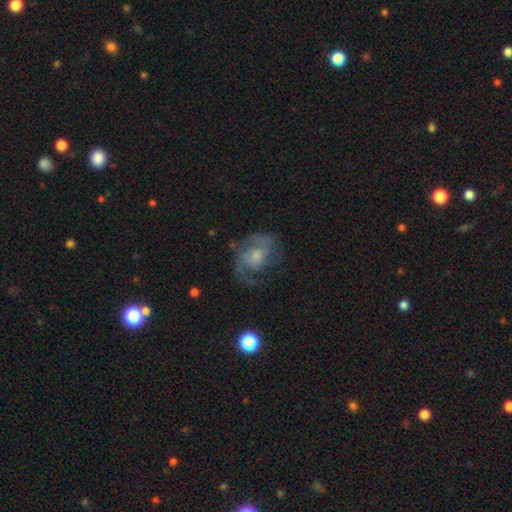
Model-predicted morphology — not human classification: Smooth or featured?
  - featured or disk: 78% *
  - smooth: 15%
  - star or artifact: 7%
Edge-on disk?
  - no: 98% *
  - yes: 2%
Bar?
  - no: 66% *
  - weak: 29%
  - strong: 5%
Spiral arms?
  - yes: 92% *
  - no: 8%
Spiral winding?
  - medium: 51% *
  - tight: 27%
  - loose: 22%
Spiral arm count?
  - 2: 66% *
  - can't tell: 13%
  - 3: 9%
  - 1: 7%
  - 4: 3%
  - more than 4: 2%
Bulge size?
  - small: 46% *
  - moderate: 39%
  - none: 8%
  - large: 6%
  - dominant: 1%
Merging?
  - none: 59% *
  - minor disturbance: 20%
  - major disturbance: 19%
  - merger: 2%